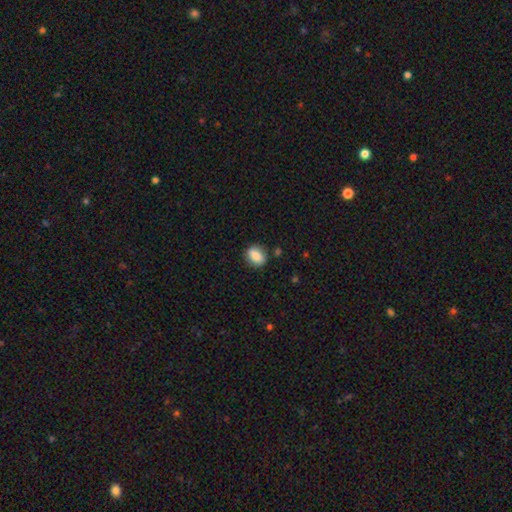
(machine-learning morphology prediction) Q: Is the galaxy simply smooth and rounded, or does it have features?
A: smooth — 84%.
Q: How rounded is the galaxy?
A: in between — 58%.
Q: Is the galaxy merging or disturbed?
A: none — 82%.